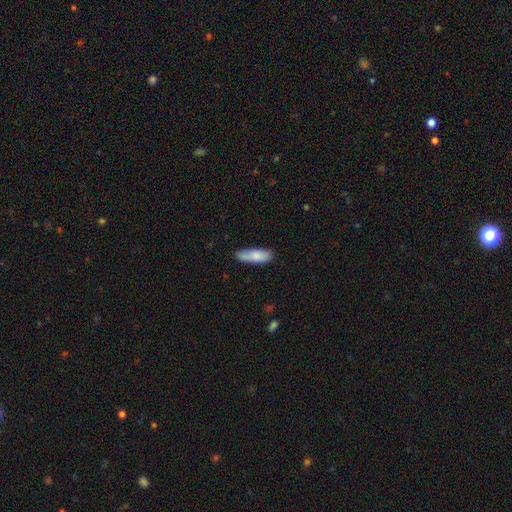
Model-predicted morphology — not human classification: Smooth or featured? smooth (80%)
How rounded? in between (56%)
Merging? none (75%)